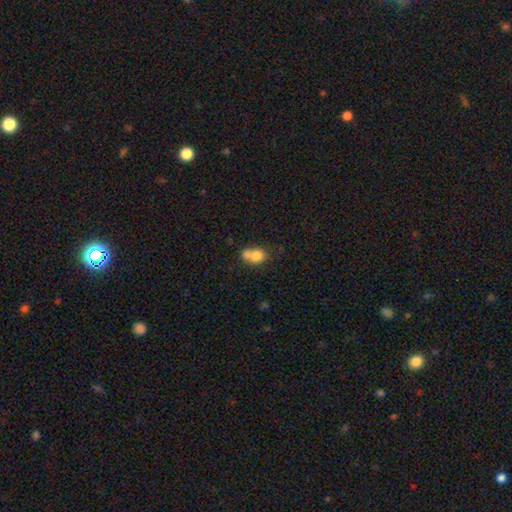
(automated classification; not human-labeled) Morphology: type=smooth (77%); roundness=round (62%); merging=merger (58%).